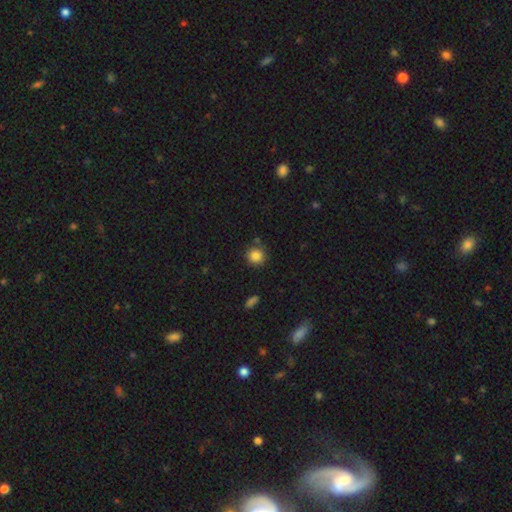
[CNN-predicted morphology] Smooth or featured?
  - smooth: 85% *
  - star or artifact: 10%
  - featured or disk: 5%
How rounded?
  - round: 92% *
  - in between: 7%
  - cigar-shaped: 1%
Merging?
  - none: 83% *
  - minor disturbance: 9%
  - merger: 5%
  - major disturbance: 2%